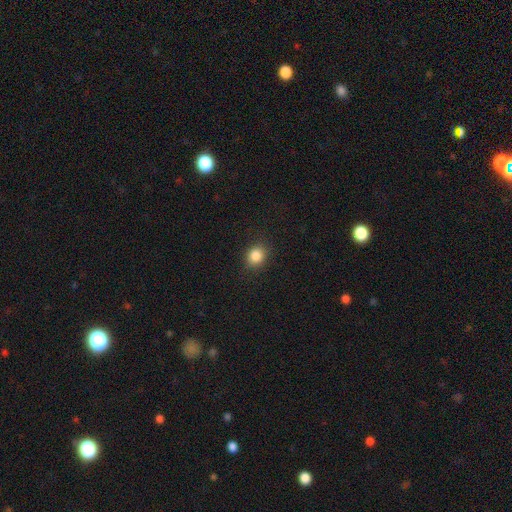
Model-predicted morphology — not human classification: This appears to be a smooth galaxy with no disk features (85%) that is round (70%). Merging: none (87%).